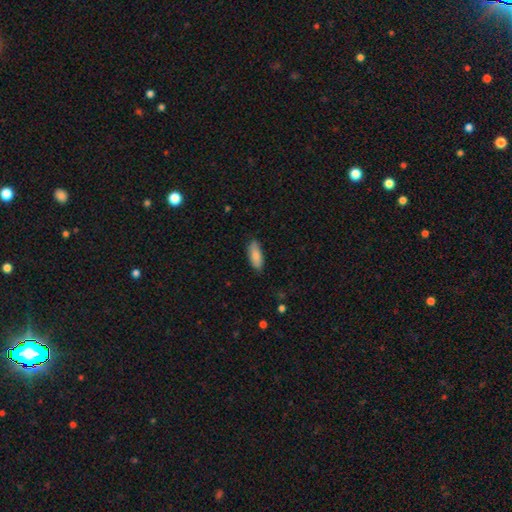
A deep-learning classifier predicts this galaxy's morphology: Smooth or featured? smooth (86%)
How rounded? in between (72%)
Merging? none (85%)